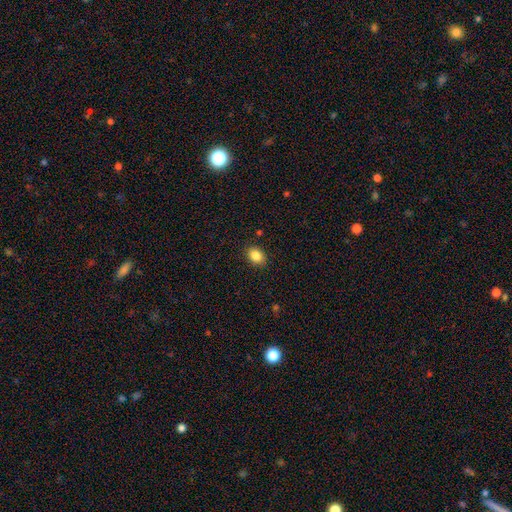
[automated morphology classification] smooth-or-featured: smooth: 86% | star or artifact: 9% | featured or disk: 5%
  how-rounded: in between: 64% | round: 35% | cigar-shaped: 1%
  merging: none: 88% | minor disturbance: 9% | major disturbance: 2% | merger: 1%